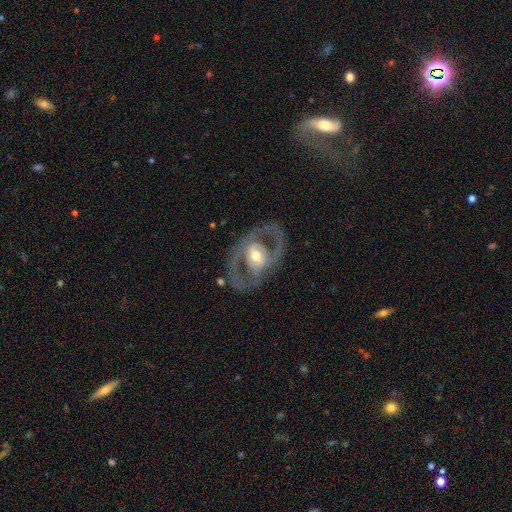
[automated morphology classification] This is likely a featured or disk galaxy (79%). It is clearly not viewed edge-on (94%). Bar: possibly no (53%). Spiral arm pattern: possibly yes (52%). Central bulge: likely moderate (68%). Merging: likely none (73%).